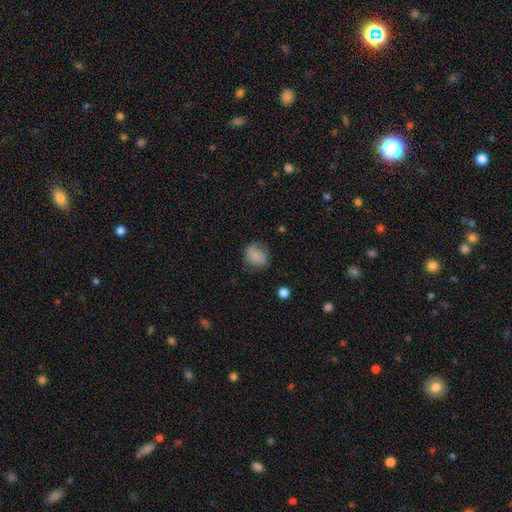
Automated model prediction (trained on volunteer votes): Morphology: type=smooth (82%); roundness=round (63%); merging=none (73%).